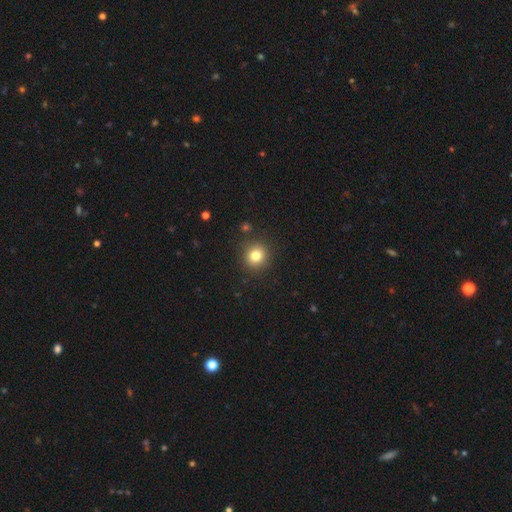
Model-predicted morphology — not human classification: smooth_or_featured: smooth (p=0.80) [alt: star or artifact p=0.13]
how_rounded: round (p=0.90) [alt: in between p=0.09]
merging: none (p=0.89) [alt: minor disturbance p=0.07]